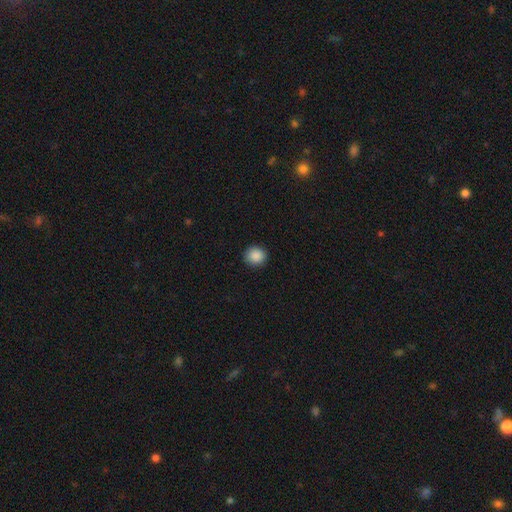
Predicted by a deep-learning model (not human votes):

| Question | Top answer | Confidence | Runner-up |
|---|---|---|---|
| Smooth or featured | smooth | 89% | star or artifact (9%) |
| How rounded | round | 83% | in between (16%) |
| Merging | none | 90% | minor disturbance (7%) |